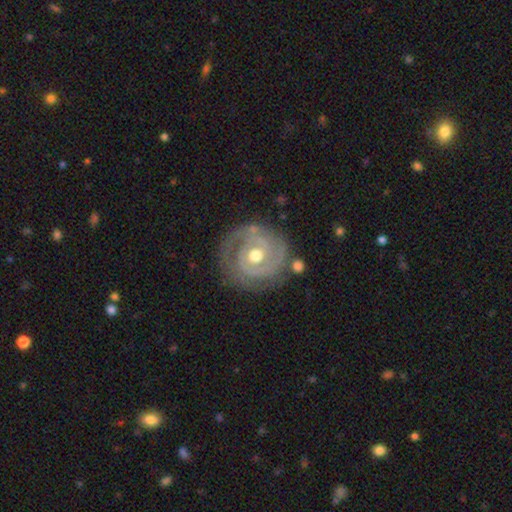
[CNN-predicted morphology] smooth_or_featured: featured or disk (p=0.83) [alt: smooth p=0.12]
disk_edge_on: no (p=0.97) [alt: yes p=0.03]
bar: no (p=0.71) [alt: weak p=0.23]
has_spiral_arms: yes (p=0.87) [alt: no p=0.13]
spiral_winding: tight (p=0.75) [alt: medium p=0.20]
spiral_arm_count: 2 (p=0.48) [alt: can't tell p=0.22]
bulge_size: moderate (p=0.79) [alt: small p=0.11]
merging: none (p=0.74) [alt: minor disturbance p=0.16]